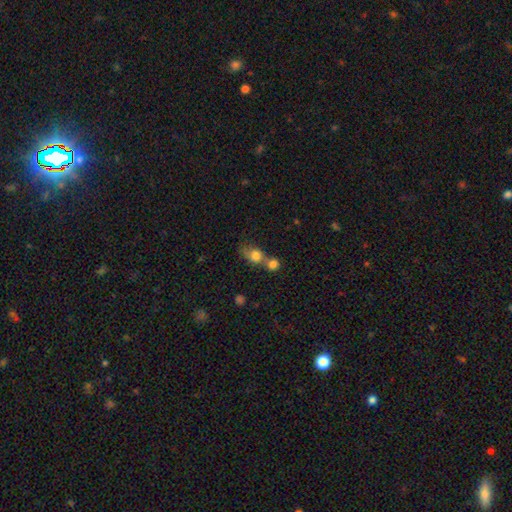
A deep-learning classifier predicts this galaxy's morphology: The model was most divided on "how rounded": round: 62%, in between: 36%, cigar-shaped: 2%. More confident: smooth or featured — smooth (78%); merging — merger (59%).